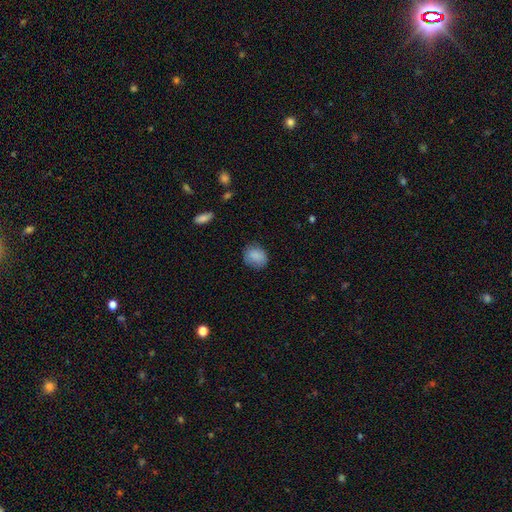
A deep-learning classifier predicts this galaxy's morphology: Smooth or featured?
  - smooth: 86% *
  - star or artifact: 8%
  - featured or disk: 6%
How rounded?
  - round: 58% *
  - in between: 41%
  - cigar-shaped: 1%
Merging?
  - none: 76% *
  - minor disturbance: 19%
  - major disturbance: 4%
  - merger: 1%